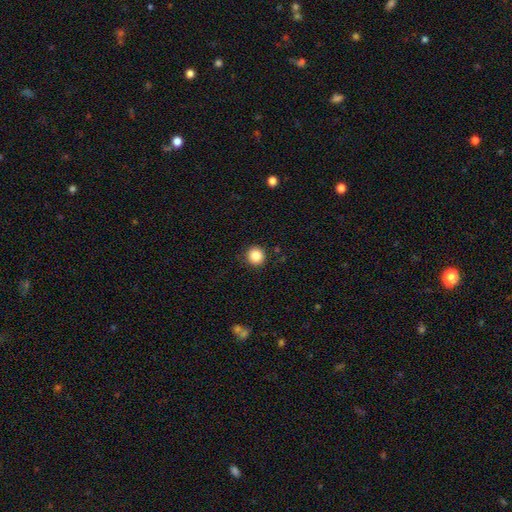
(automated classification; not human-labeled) smooth_or_featured: smooth (p=0.87) [alt: star or artifact p=0.10]
how_rounded: round (p=0.93) [alt: in between p=0.06]
merging: none (p=0.90) [alt: minor disturbance p=0.06]